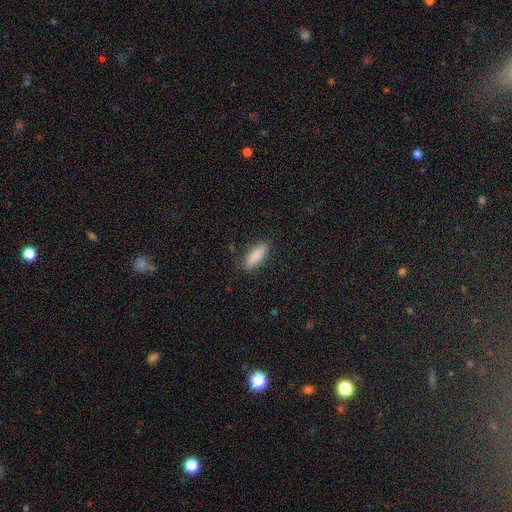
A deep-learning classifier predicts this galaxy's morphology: Smooth or featured: smooth — 84% (featured or disk — 10%)
How rounded: in between — 60% (cigar-shaped — 38%)
Merging: none — 84% (minor disturbance — 12%)